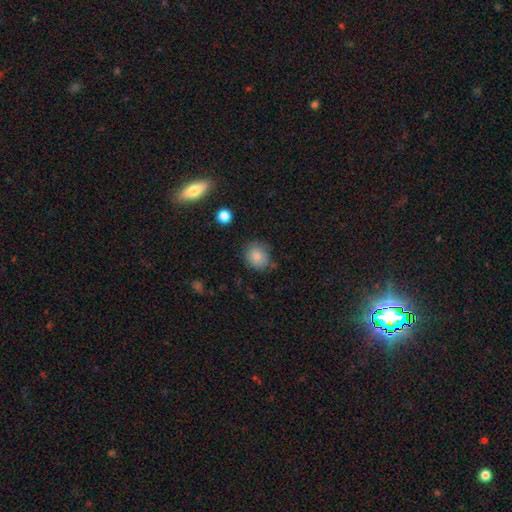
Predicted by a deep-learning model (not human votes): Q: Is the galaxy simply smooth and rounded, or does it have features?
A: smooth — 82%.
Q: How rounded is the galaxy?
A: round — 72%.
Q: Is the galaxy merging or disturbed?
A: none — 75%.